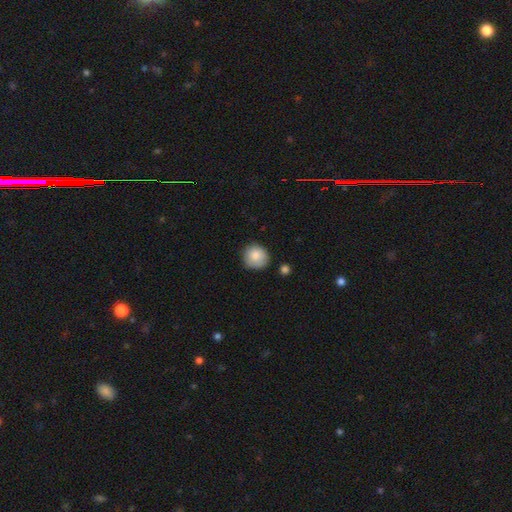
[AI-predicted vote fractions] Morphology: type=smooth (86%); roundness=round (91%); merging=none (78%).